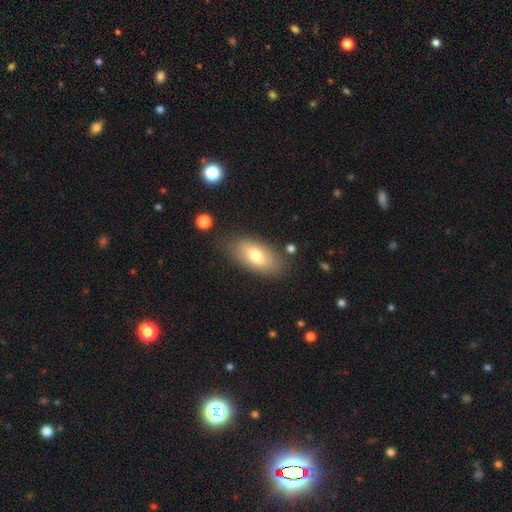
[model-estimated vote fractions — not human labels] The model was most divided on "smooth or featured": smooth: 72%, featured or disk: 21%, star or artifact: 7%. More confident: how rounded — in between (88%); merging — none (80%).